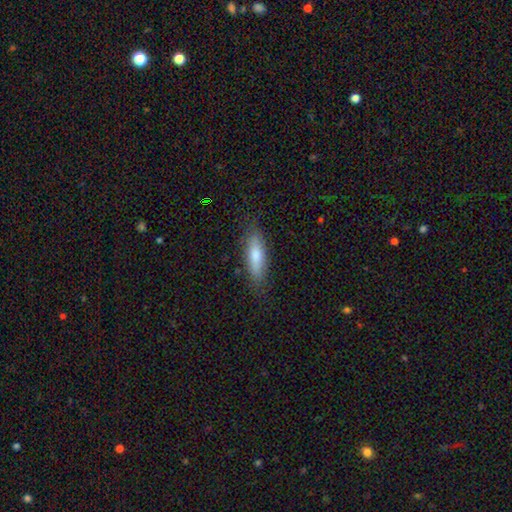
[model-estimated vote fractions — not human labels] A smooth galaxy with no disk features (74%) that is cigar-shaped (54%).

Vote fractions:
- Smooth or featured? smooth: 74% / featured or disk: 19% / star or artifact: 6%
- How rounded? cigar-shaped: 54% / in between: 44% / round: 2%
- Merging? none: 82% / minor disturbance: 13% / major disturbance: 3% / merger: 1%